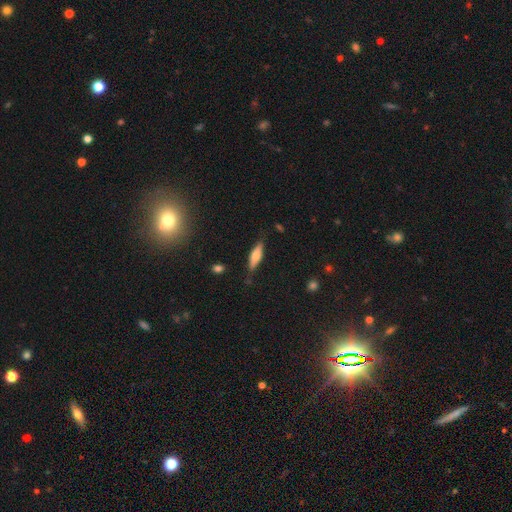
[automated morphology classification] smooth 61%, featured or disk 32%, star or artifact 7%. Down the decision tree: how rounded — cigar-shaped (60%); merging — none (81%).